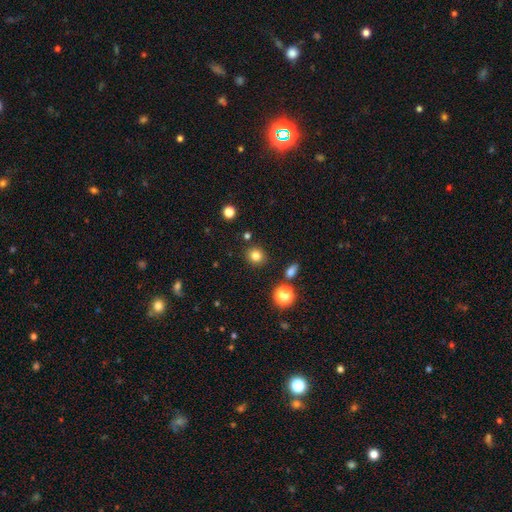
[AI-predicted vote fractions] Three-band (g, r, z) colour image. It shows a smooth galaxy with no disk features (80%) that is round (83%). Merging: none (87%).